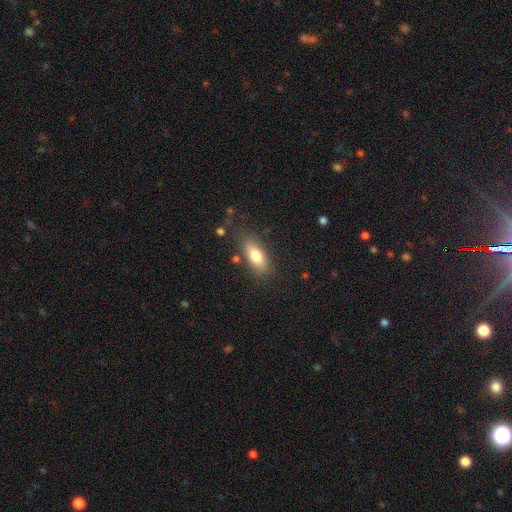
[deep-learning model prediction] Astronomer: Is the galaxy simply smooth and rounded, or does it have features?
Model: smooth — 78%.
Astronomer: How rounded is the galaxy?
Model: in between — 81%.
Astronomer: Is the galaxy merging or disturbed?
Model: none — 78%.